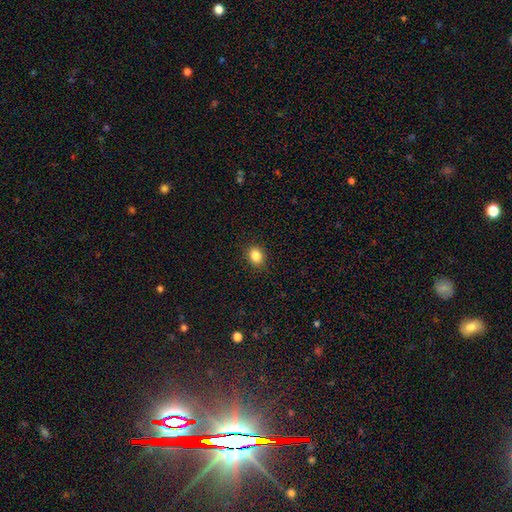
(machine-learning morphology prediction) Smooth or featured? Predicted: smooth (p=0.85). How rounded? Predicted: in between (p=0.58). Merging? Predicted: none (p=0.88).